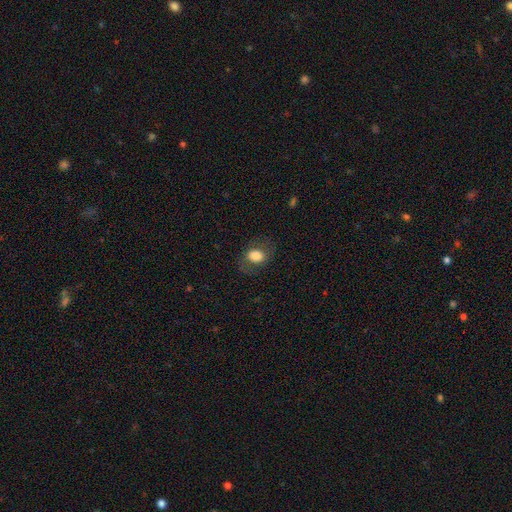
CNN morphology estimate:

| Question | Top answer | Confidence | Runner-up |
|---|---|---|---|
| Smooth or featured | smooth | 75% | featured or disk (17%) |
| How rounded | in between | 66% | round (33%) |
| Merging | none | 73% | minor disturbance (16%) |